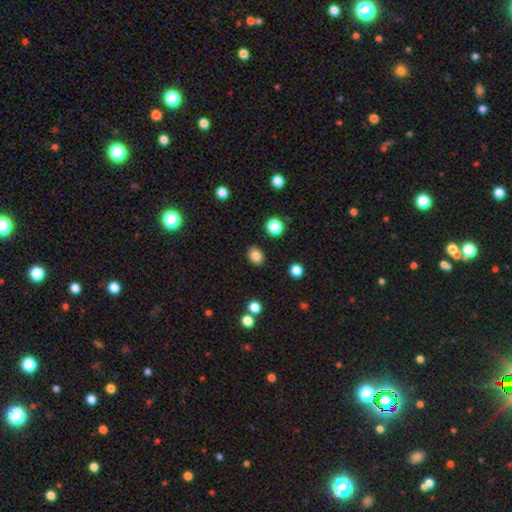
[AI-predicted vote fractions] smooth 84%, star or artifact 11%, featured or disk 5%. Down the decision tree: how rounded — round (51%); merging — none (89%).